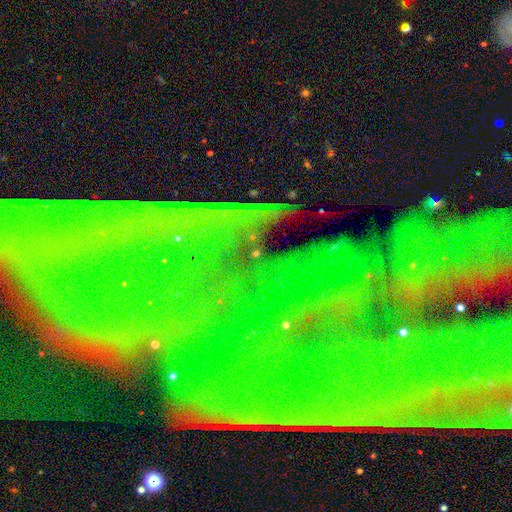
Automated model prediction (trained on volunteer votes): Smooth or featured? Predicted: star or artifact (p=0.77).